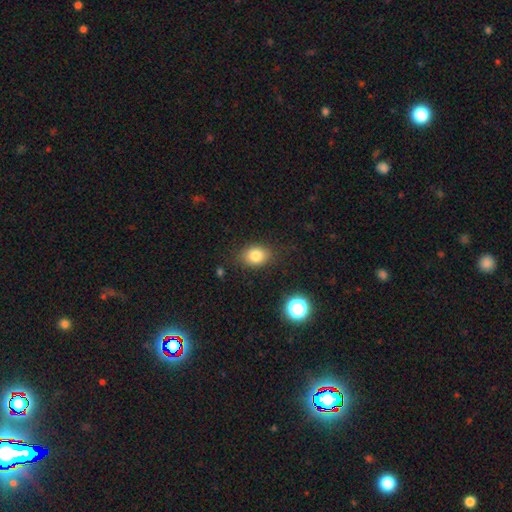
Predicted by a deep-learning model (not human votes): smooth 81%, star or artifact 11%, featured or disk 8%. Down the decision tree: how rounded — in between (62%); merging — none (82%).